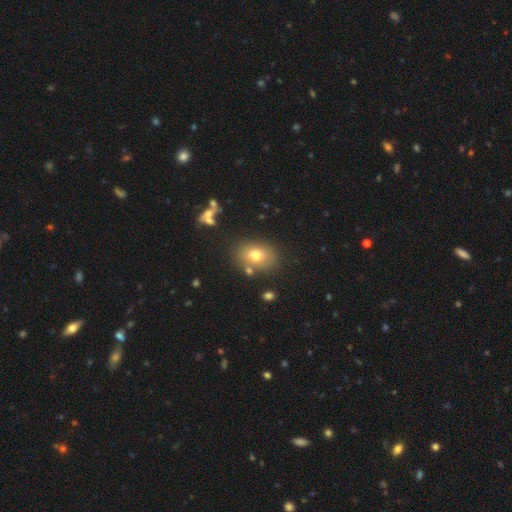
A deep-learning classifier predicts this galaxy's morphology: The model was most divided on "how rounded": in between: 65%, round: 34%, cigar-shaped: 1%. More confident: merging — none (75%); smooth or featured — smooth (73%).